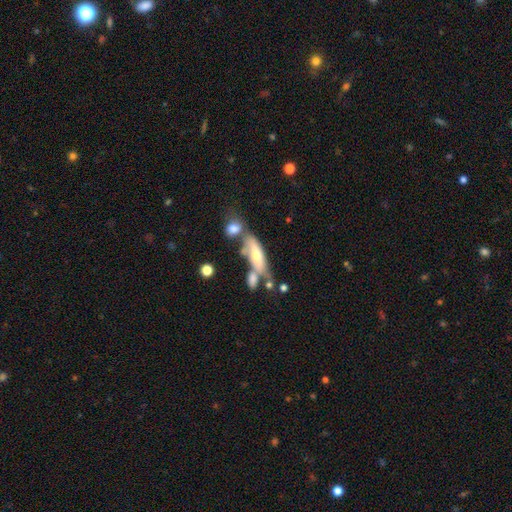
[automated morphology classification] A featured or disk galaxy (48%).

Vote fractions:
- Smooth or featured? featured or disk: 48% / smooth: 43% / star or artifact: 9%
- Merging? none: 36% (tied) / merger: 36% (tied) / minor disturbance: 17% / major disturbance: 11%